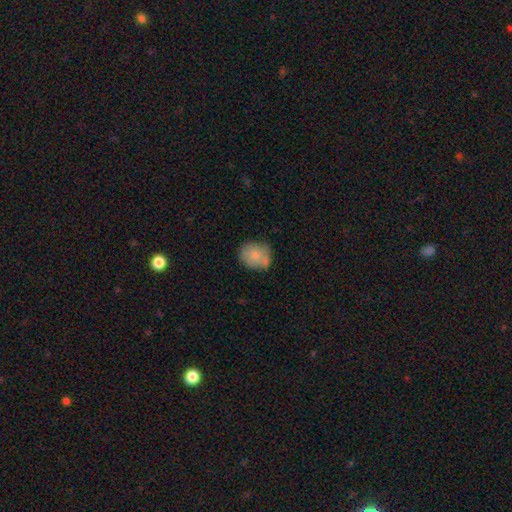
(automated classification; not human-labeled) Overall: smooth (77%). How rounded: round (71%). Merging: none (58%; minor disturbance 26%).